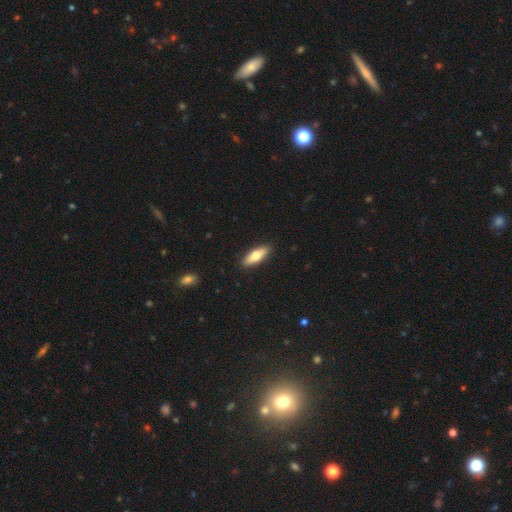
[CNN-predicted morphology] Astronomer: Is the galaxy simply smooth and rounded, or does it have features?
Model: smooth — 68%.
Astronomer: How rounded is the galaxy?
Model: in between — 57% (runner-up: cigar-shaped, 41%).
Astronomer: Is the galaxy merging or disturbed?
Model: none — 90%.